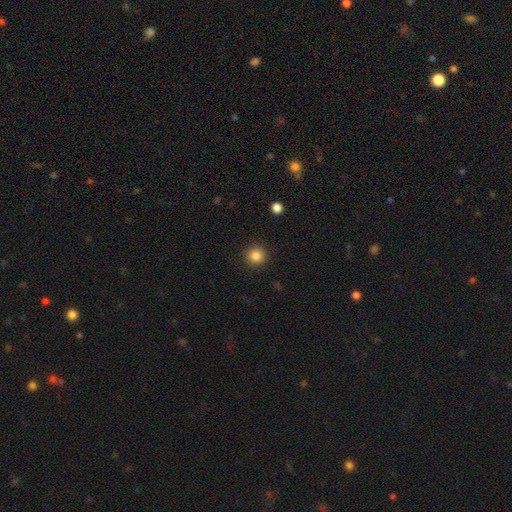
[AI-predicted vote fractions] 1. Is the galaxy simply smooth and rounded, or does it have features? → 85% smooth, 11% star or artifact, 4% featured or disk.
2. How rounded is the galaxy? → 95% round, 5% in between, 1% cigar-shaped.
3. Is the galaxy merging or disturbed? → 92% none, 5% minor disturbance, 2% major disturbance, 1% merger.